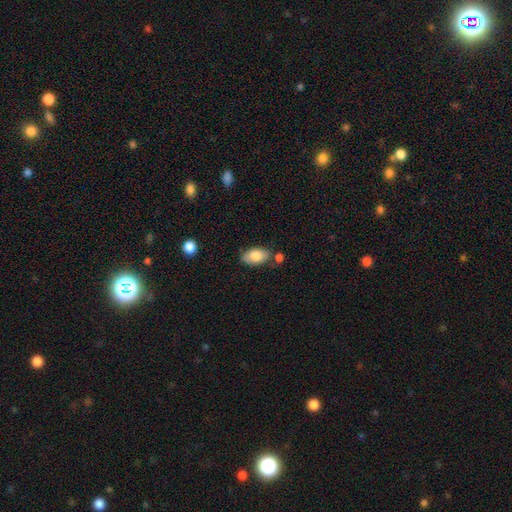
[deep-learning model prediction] smooth-or-featured: smooth: 81% | featured or disk: 13% | star or artifact: 7%
  how-rounded: in between: 93% | round: 5% | cigar-shaped: 2%
  merging: none: 70% | minor disturbance: 16% | merger: 10% | major disturbance: 4%